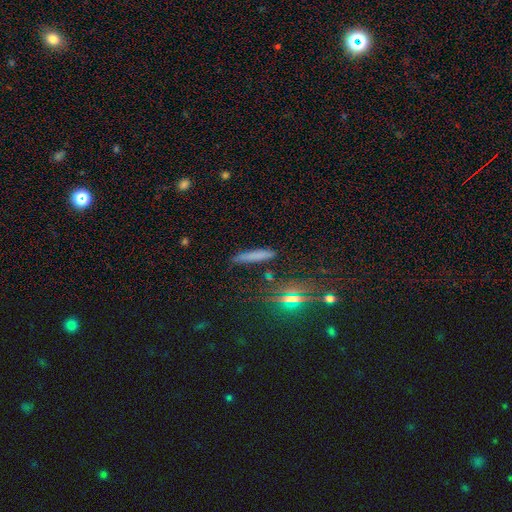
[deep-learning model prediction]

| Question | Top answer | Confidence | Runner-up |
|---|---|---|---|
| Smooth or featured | smooth | 66% | star or artifact (18%) |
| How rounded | cigar-shaped | 89% | in between (9%) |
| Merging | none | 79% | minor disturbance (15%) |